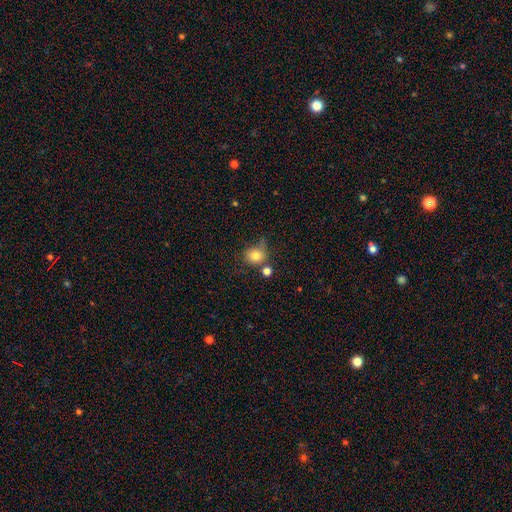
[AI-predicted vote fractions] Smooth or featured? smooth (79%)
How rounded? round (77%)
Merging? none (52%)